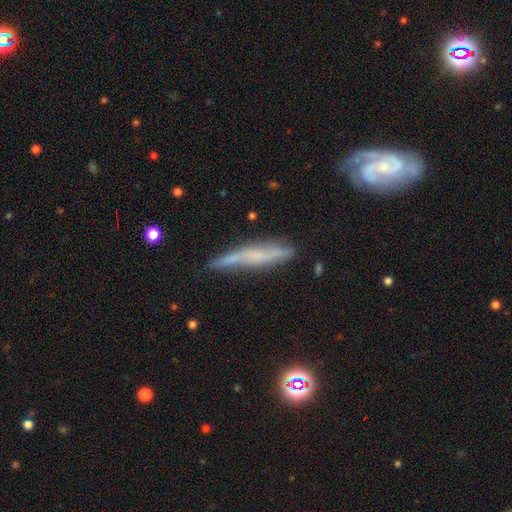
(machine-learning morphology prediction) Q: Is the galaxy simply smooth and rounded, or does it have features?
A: featured or disk — 54%.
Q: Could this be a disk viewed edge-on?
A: yes — 70%.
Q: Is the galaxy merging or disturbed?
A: none — 64%.